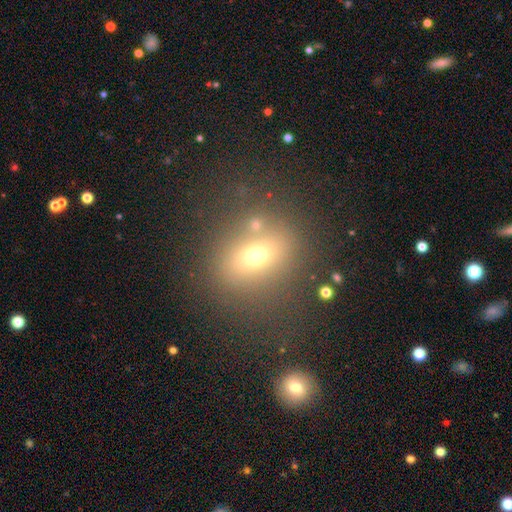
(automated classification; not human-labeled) Q: Smooth or featured?
A: smooth (62%); runner-up: star or artifact (21%)
Q: How rounded?
A: in between (50%); runner-up: round (47%)
Q: Merging?
A: none (69%); runner-up: minor disturbance (12%)